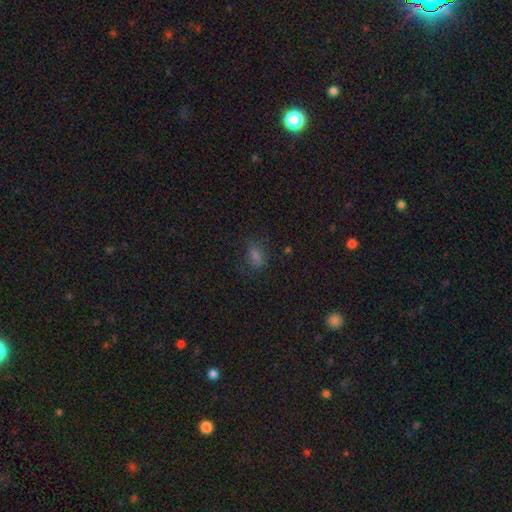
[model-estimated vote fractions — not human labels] Q: Smooth or featured?
A: smooth (64%); runner-up: star or artifact (27%)
Q: How rounded?
A: in between (77%); runner-up: round (19%)
Q: Merging?
A: none (74%); runner-up: minor disturbance (17%)